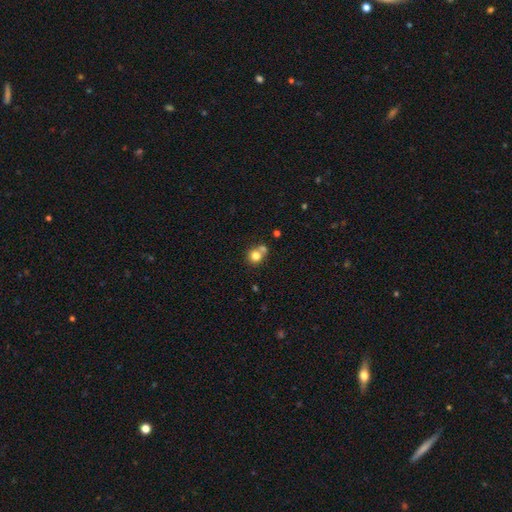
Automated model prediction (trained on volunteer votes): smooth-or-featured: smooth: 78% | featured or disk: 11% | star or artifact: 11%
  how-rounded: round: 84% | in between: 15% | cigar-shaped: 1%
  merging: none: 46% | merger: 41% | minor disturbance: 9% | major disturbance: 3%